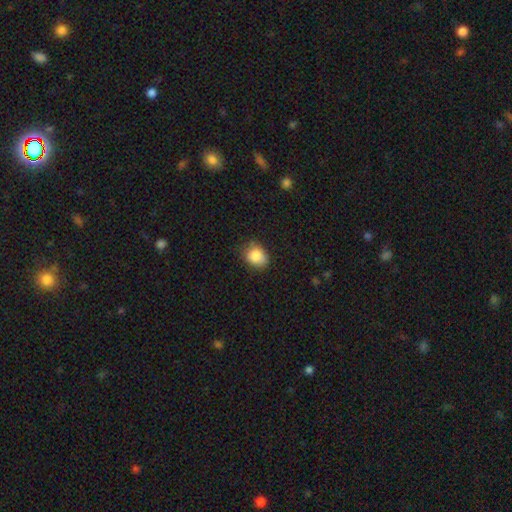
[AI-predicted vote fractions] Smooth or featured?
  - smooth: 86% *
  - star or artifact: 9%
  - featured or disk: 6%
How rounded?
  - in between: 52% *
  - round: 47%
  - cigar-shaped: 1%
Merging?
  - none: 70% *
  - minor disturbance: 24%
  - major disturbance: 5%
  - merger: 2%